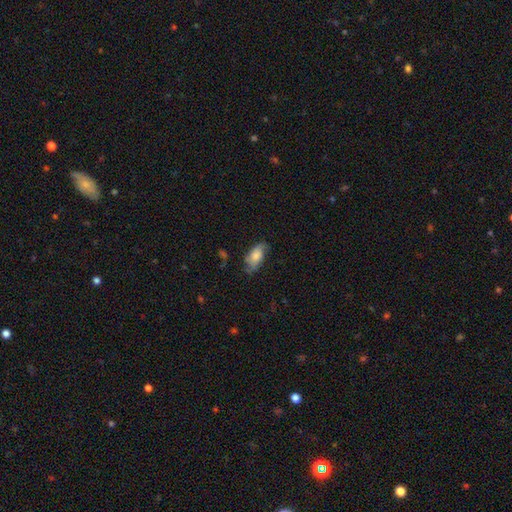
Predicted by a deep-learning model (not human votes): smooth_or_featured: smooth (p=0.64) [alt: featured or disk p=0.28]
how_rounded: in between (p=0.89) [alt: cigar-shaped p=0.07]
merging: none (p=0.57) [alt: minor disturbance p=0.30]